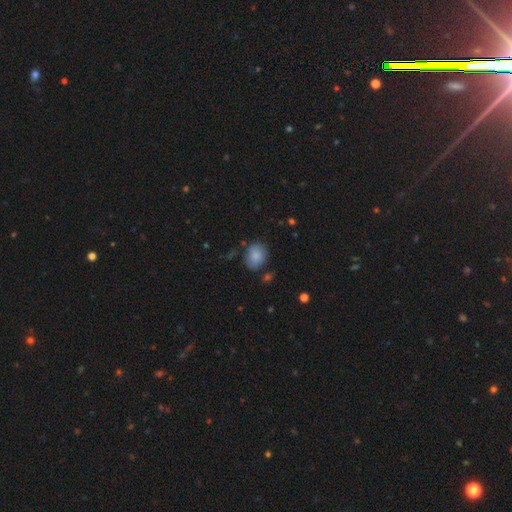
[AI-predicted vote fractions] A smooth galaxy with no disk features (85%) that is in between round and cigar-shaped (51%).

Vote fractions:
- Smooth or featured? smooth: 85% / star or artifact: 8% / featured or disk: 7%
- How rounded? in between: 51% / round: 48% / cigar-shaped: 1%
- Merging? none: 75% / minor disturbance: 17% / major disturbance: 4% / merger: 3%